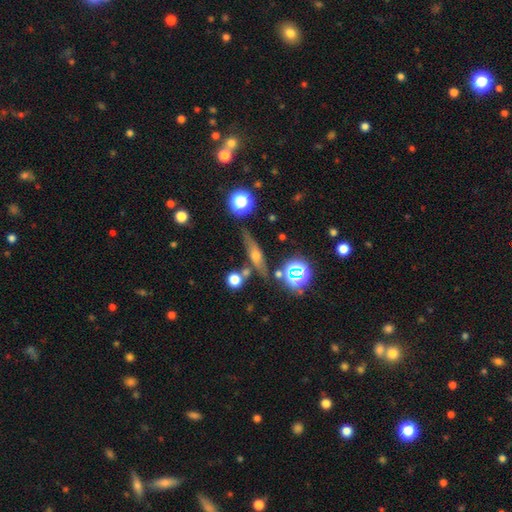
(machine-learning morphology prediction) This appears to be a featured or disk galaxy (51%) viewed edge-on (87%). Merging: none (79%).